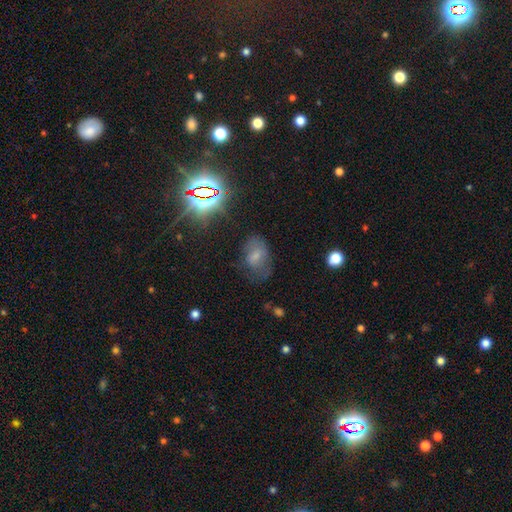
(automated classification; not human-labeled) Smooth or featured? Predicted: smooth (p=0.51). How rounded? Predicted: in between (p=0.83). Merging? Predicted: none (p=0.51).